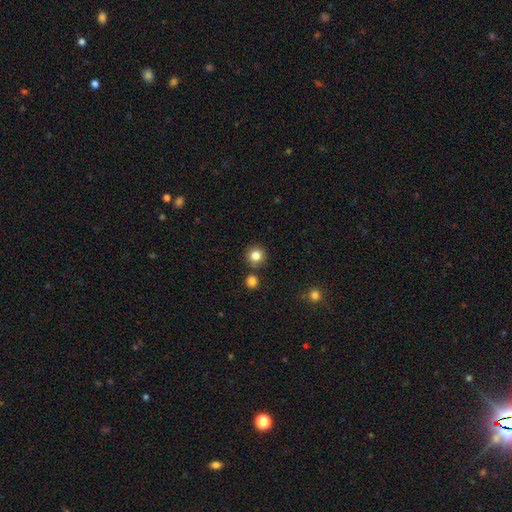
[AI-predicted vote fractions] Smooth or featured? Predicted: smooth (p=0.83). How rounded? Predicted: round (p=0.92). Merging? Predicted: none (p=0.81).